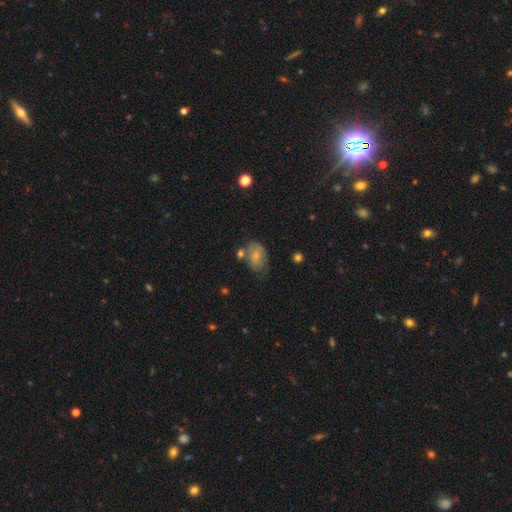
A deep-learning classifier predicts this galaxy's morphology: A smooth galaxy with no disk features (69%) that is in between round and cigar-shaped (80%). Merging: none (44%).